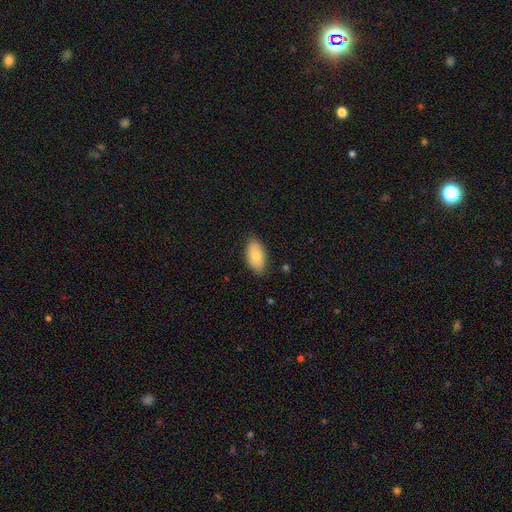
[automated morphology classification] A smooth galaxy with no disk features (77%) that is in between round and cigar-shaped (94%).

Vote fractions:
- Smooth or featured? smooth: 77% / featured or disk: 17% / star or artifact: 7%
- How rounded? in between: 94% / round: 4% / cigar-shaped: 3%
- Merging? none: 84% / minor disturbance: 13% / major disturbance: 2% / merger: 1%